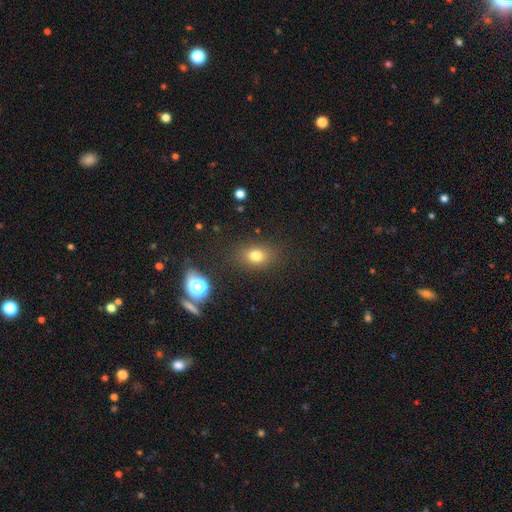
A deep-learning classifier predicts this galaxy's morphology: Smooth or featured? smooth (76%)
How rounded? in between (61%)
Merging? none (83%)